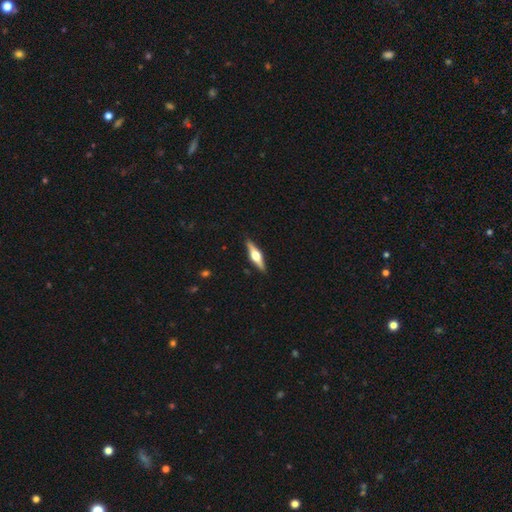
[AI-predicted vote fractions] Smooth or featured? Predicted: featured or disk (p=0.72). Edge-on disk? Predicted: yes (p=0.97). Edge-on bulge? Predicted: rounded (p=0.95). Merging? Predicted: none (p=0.90).